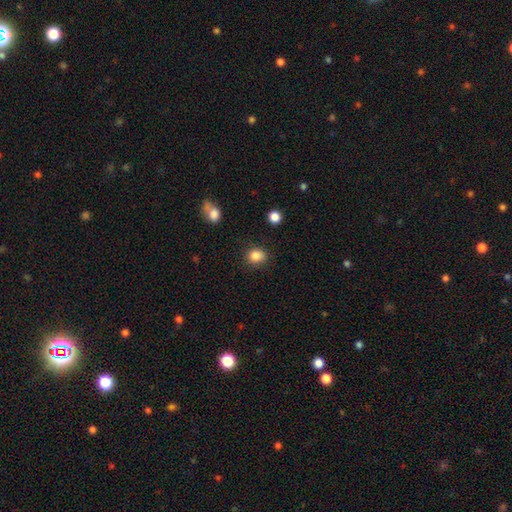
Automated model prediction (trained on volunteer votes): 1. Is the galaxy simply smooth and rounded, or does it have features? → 85% smooth, 11% star or artifact, 4% featured or disk.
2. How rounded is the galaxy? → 73% round, 26% in between, 1% cigar-shaped.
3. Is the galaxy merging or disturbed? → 84% none, 11% minor disturbance, 3% major disturbance, 2% merger.